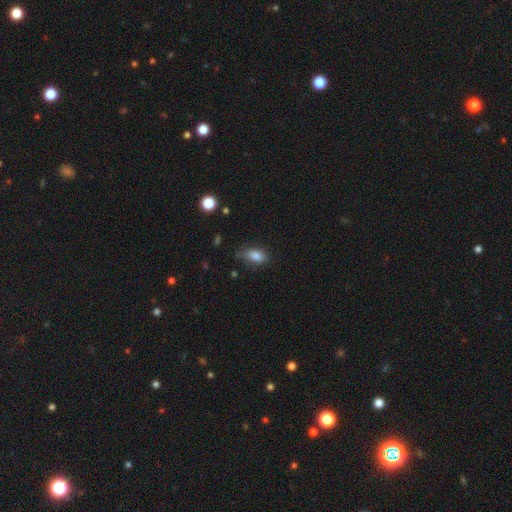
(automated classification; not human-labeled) smooth 84%, star or artifact 9%, featured or disk 8%. Down the decision tree: how rounded — in between (88%); merging — none (67%).